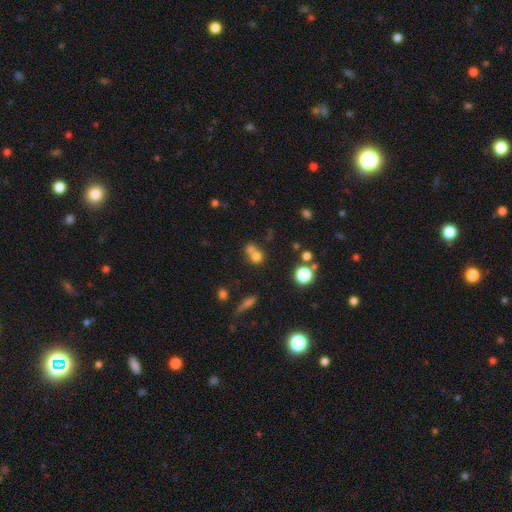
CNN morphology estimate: A smooth galaxy with no disk features (69%) that is round (77%). Merging: merger (55%).